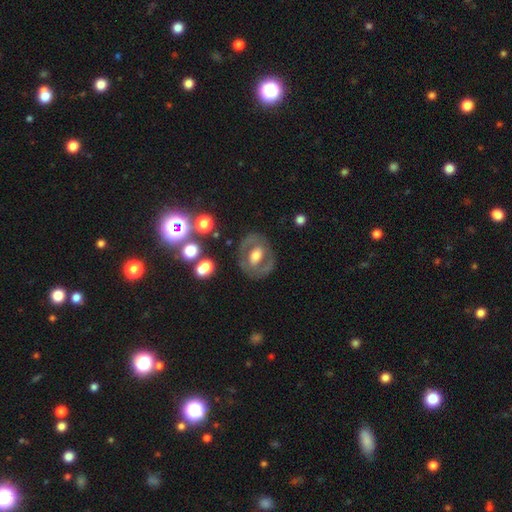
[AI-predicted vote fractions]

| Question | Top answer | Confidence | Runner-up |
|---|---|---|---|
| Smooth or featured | featured or disk | 60% | smooth (33%) |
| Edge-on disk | no | 94% | yes (6%) |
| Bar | no | 51% | weak (30%) |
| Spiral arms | no | 73% | yes (27%) |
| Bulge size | moderate | 58% | large (27%) |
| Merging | none | 77% | minor disturbance (13%) |